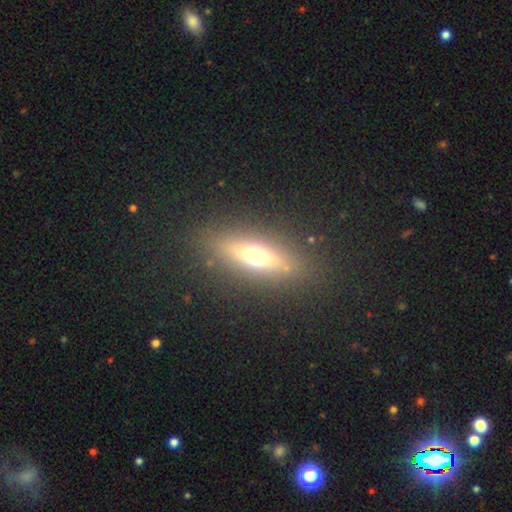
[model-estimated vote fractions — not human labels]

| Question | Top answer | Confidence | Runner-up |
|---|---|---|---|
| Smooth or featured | featured or disk | 44% | tied: smooth (44%) |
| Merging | none | 85% | minor disturbance (9%) |